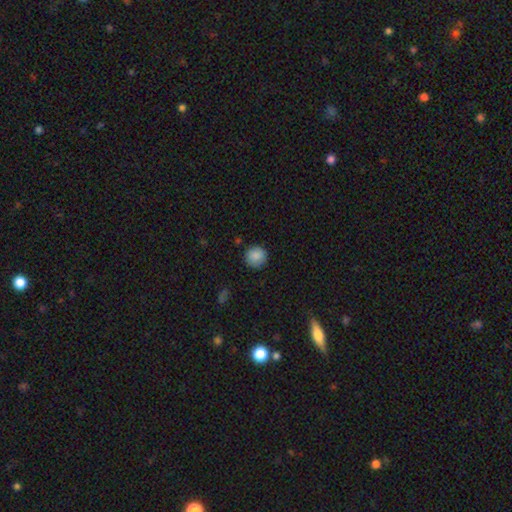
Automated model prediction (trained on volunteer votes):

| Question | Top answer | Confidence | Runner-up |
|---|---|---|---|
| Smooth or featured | smooth | 88% | star or artifact (8%) |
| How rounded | round | 93% | in between (6%) |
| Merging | none | 86% | minor disturbance (10%) |